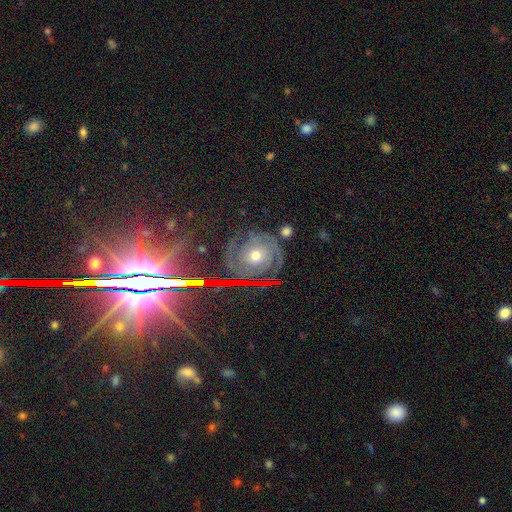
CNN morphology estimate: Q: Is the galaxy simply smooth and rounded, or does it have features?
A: featured or disk — 76%.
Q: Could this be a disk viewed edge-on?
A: no — 97%.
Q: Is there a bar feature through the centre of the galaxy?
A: no — 77%.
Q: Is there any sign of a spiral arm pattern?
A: yes — 92%.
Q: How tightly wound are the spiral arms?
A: tight — 67%.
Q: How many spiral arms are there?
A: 2 — 48%.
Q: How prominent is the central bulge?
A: moderate — 69%.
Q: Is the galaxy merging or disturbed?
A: none — 73%.